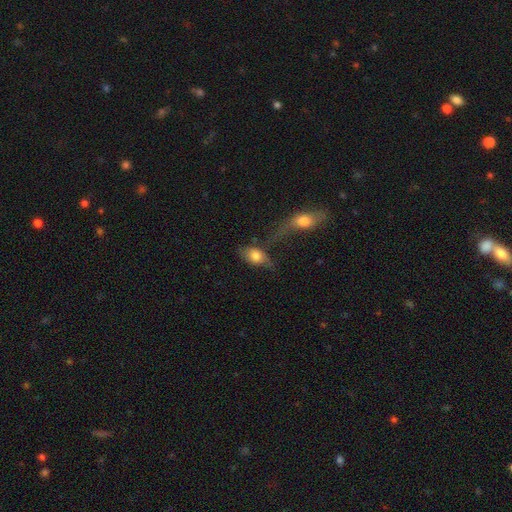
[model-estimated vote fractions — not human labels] The model was most divided on "merging": none: 34%, merger: 33%, minor disturbance: 17%, major disturbance: 16%. More confident: how rounded — in between (79%); smooth or featured — smooth (76%).